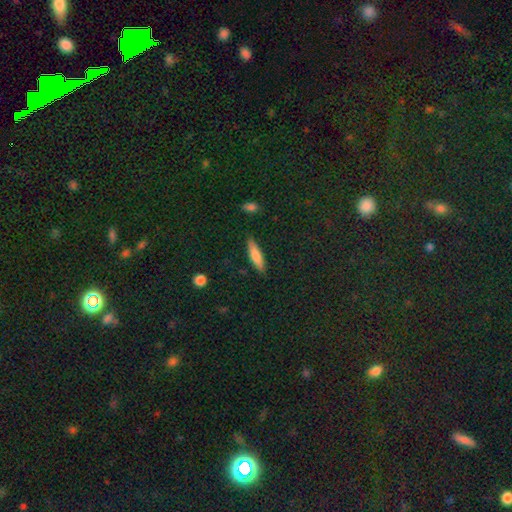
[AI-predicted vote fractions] Smooth or featured?
  - smooth: 74% *
  - featured or disk: 19%
  - star or artifact: 6%
How rounded?
  - cigar-shaped: 72% *
  - in between: 27%
  - round: 2%
Merging?
  - none: 85% *
  - minor disturbance: 11%
  - major disturbance: 2%
  - merger: 1%